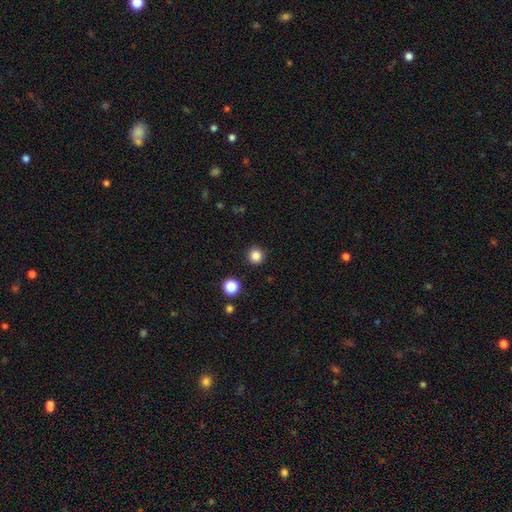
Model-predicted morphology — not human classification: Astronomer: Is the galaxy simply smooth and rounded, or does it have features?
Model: smooth — 85%.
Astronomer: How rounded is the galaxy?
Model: round — 94%.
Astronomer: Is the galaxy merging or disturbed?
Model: none — 91%.